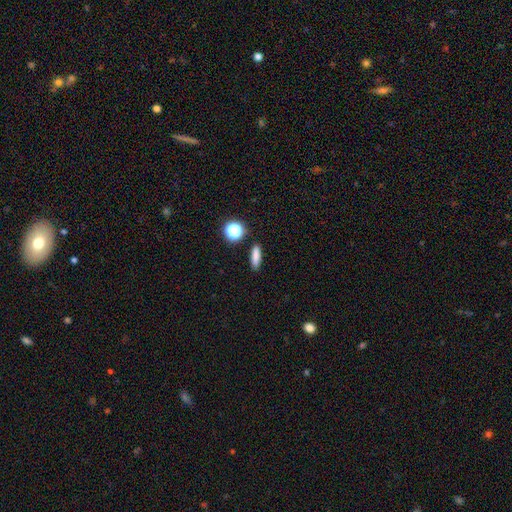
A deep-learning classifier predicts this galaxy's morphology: Smooth or featured: smooth — 82% (star or artifact — 11%)
How rounded: cigar-shaped — 58% (in between — 33%)
Merging: none — 88% (minor disturbance — 7%)